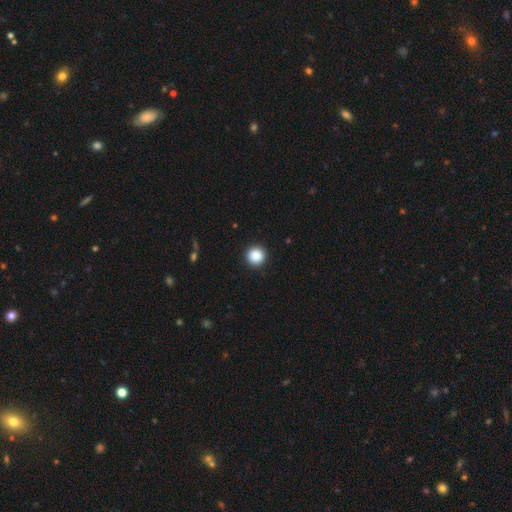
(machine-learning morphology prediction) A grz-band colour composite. It shows a smooth galaxy with no disk features (88%) that is round (95%). Merging: none (93%).